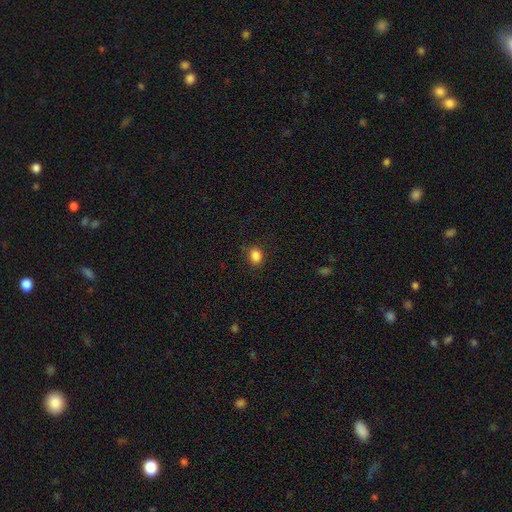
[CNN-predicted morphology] Smooth or featured?
  - smooth: 86% *
  - star or artifact: 11%
  - featured or disk: 4%
How rounded?
  - in between: 59% *
  - round: 40%
  - cigar-shaped: 1%
Merging?
  - none: 83% *
  - minor disturbance: 13%
  - major disturbance: 4%
  - merger: 1%